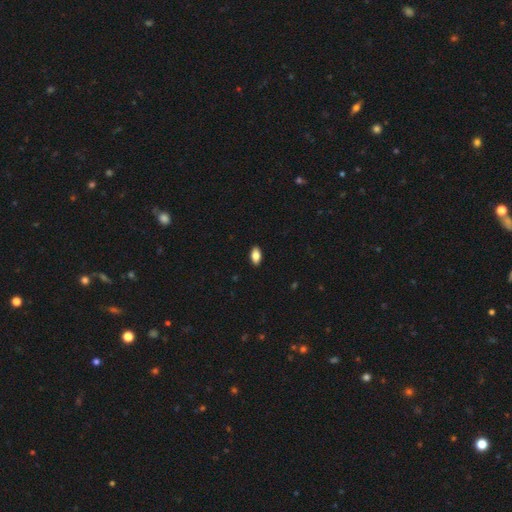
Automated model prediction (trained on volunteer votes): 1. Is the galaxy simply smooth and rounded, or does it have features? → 84% smooth, 9% featured or disk, 8% star or artifact.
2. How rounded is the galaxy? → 92% in between, 4% cigar-shaped, 4% round.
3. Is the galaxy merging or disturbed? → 90% none, 8% minor disturbance, 2% major disturbance, 1% merger.